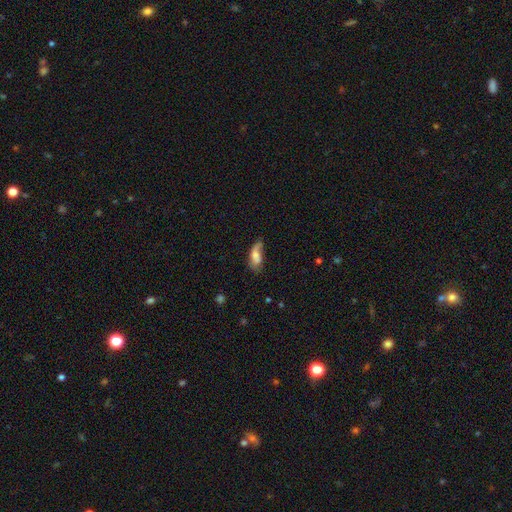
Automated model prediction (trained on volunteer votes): smooth 60%, featured or disk 32%, star or artifact 8%. Down the decision tree: how rounded — in between (80%); merging — none (38%).